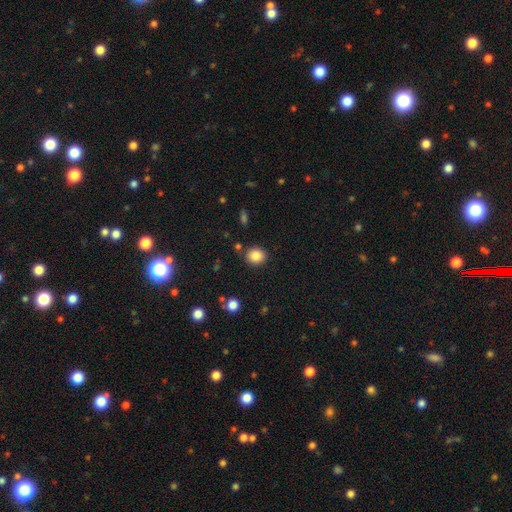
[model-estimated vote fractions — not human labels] A smooth galaxy with no disk features (86%) that is round (76%). Merging: none (85%).